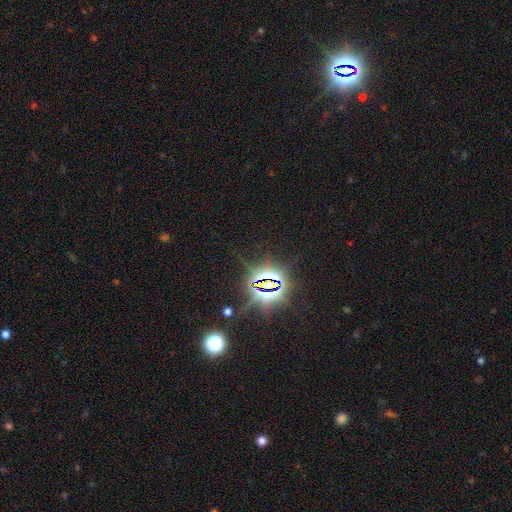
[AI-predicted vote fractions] This appears to be a star or artifact, not a galaxy (80%).